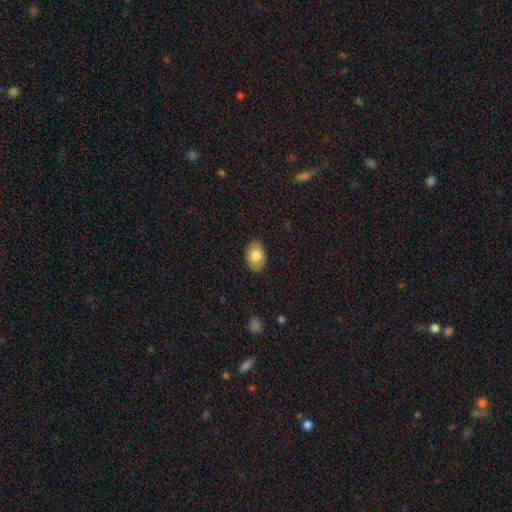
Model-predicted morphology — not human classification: This appears to be a smooth galaxy with no disk features (76%) that is in between round and cigar-shaped (88%). Merging: none (87%).